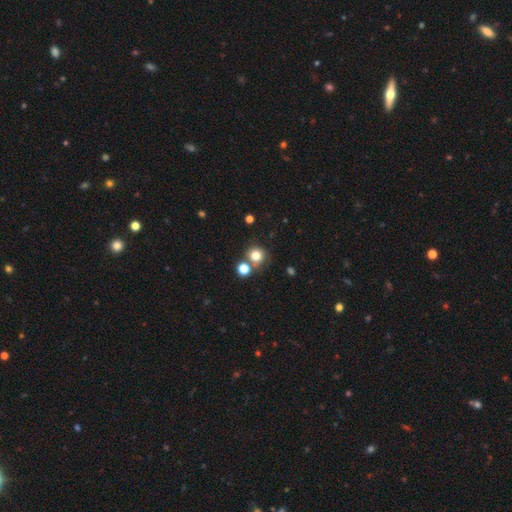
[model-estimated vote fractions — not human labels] Overall: smooth (77%). How rounded: round (89%). Merging: none (67%).